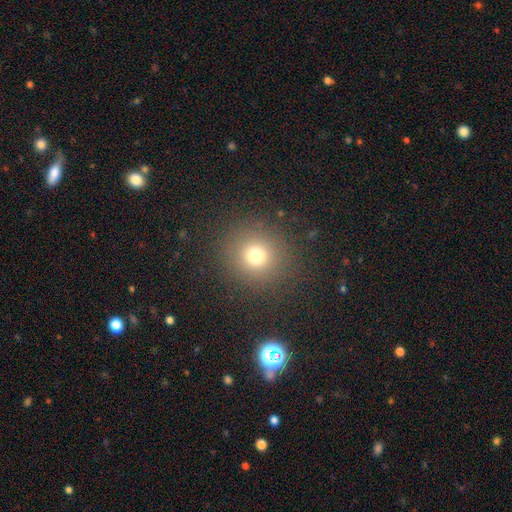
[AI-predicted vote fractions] A smooth galaxy with no disk features (73%) that is round (92%).

Vote fractions:
- Smooth or featured? smooth: 73% / star or artifact: 18% / featured or disk: 9%
- How rounded? round: 92% / in between: 7% / cigar-shaped: 1%
- Merging? none: 88% / minor disturbance: 7% / major disturbance: 4% / merger: 1%